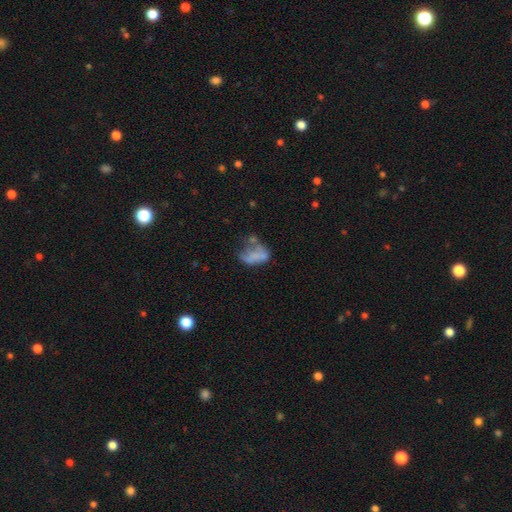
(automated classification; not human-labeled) This is possibly a smooth galaxy (54%). How rounded: clearly in between (85%). Merging: marginally major disturbance (30%).